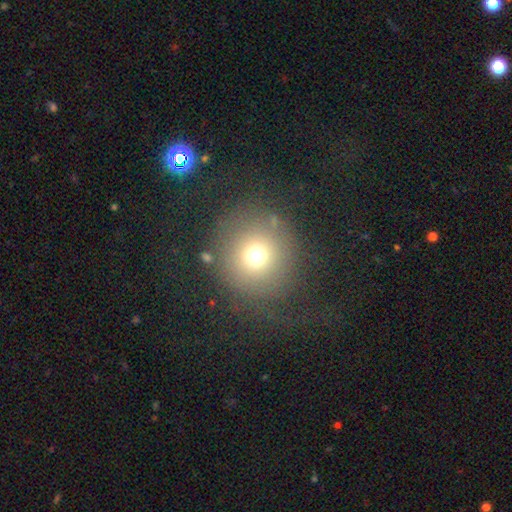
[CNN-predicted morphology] smooth-or-featured: smooth: 70% | star or artifact: 17% | featured or disk: 13%
  how-rounded: round: 92% | in between: 7% | cigar-shaped: 1%
  merging: none: 74% | minor disturbance: 12% | major disturbance: 11% | merger: 3%